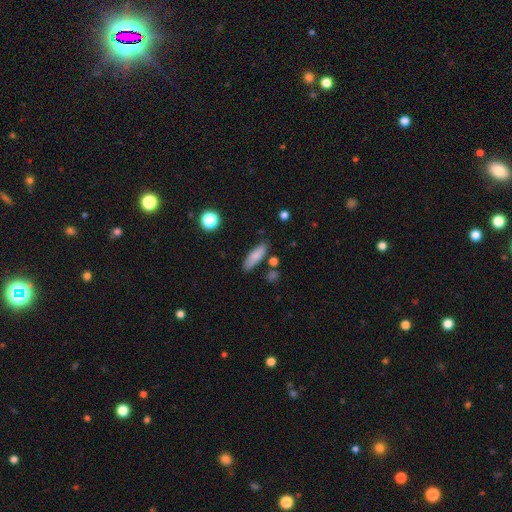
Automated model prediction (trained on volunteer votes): Q: Smooth or featured?
A: smooth (83%); runner-up: featured or disk (10%)
Q: How rounded?
A: in between (49%); runner-up: cigar-shaped (48%)
Q: Merging?
A: none (80%); runner-up: minor disturbance (12%)